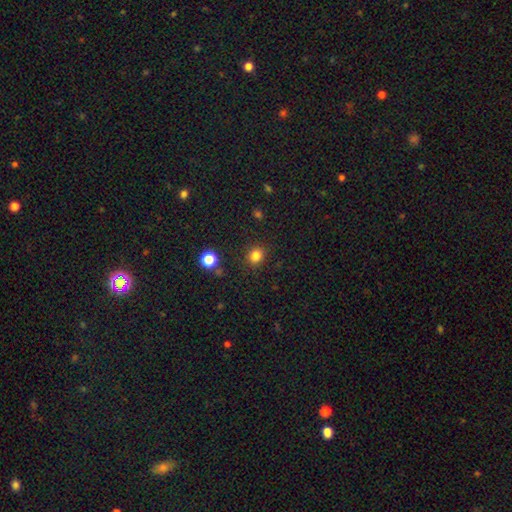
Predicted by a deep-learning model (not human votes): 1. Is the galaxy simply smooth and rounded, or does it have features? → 82% smooth, 13% star or artifact, 4% featured or disk.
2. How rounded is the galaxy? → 77% round, 22% in between, 1% cigar-shaped.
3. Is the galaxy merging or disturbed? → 88% none, 8% minor disturbance, 3% major disturbance, 2% merger.